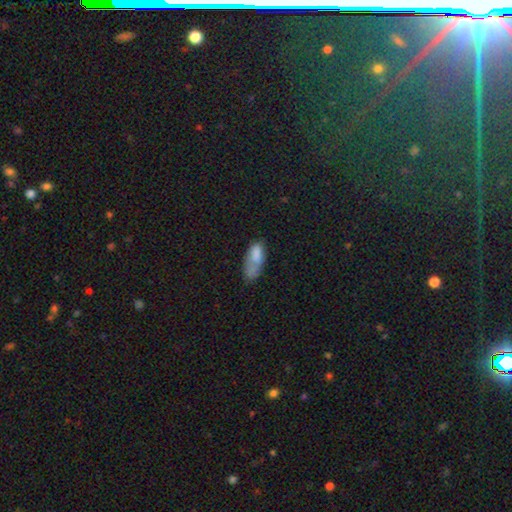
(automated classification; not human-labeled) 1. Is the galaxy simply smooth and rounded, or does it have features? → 77% smooth, 14% featured or disk, 9% star or artifact.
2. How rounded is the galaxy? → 79% in between, 18% cigar-shaped, 3% round.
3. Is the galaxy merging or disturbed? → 36% minor disturbance, 34% none, 24% major disturbance, 6% merger.